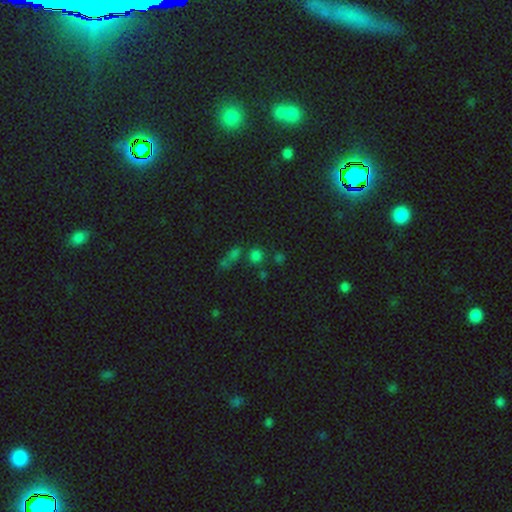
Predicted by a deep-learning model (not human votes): Smooth or featured? Predicted: smooth (p=0.61). How rounded? Predicted: round (p=0.86). Merging? Predicted: none (p=0.63).